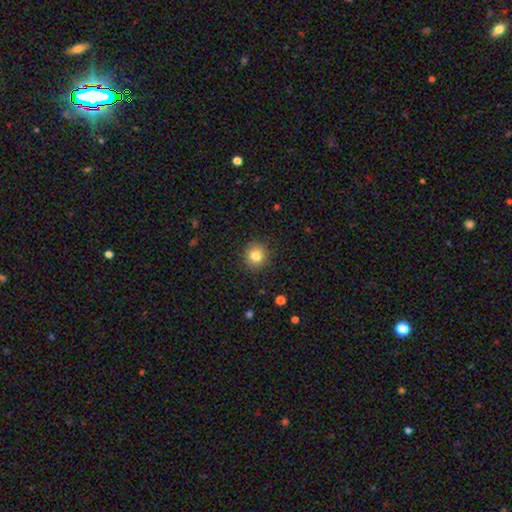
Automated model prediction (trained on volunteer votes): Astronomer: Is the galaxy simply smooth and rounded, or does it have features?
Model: smooth — 83%.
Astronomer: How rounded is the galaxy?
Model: round — 91%.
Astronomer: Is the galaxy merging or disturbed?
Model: none — 90%.